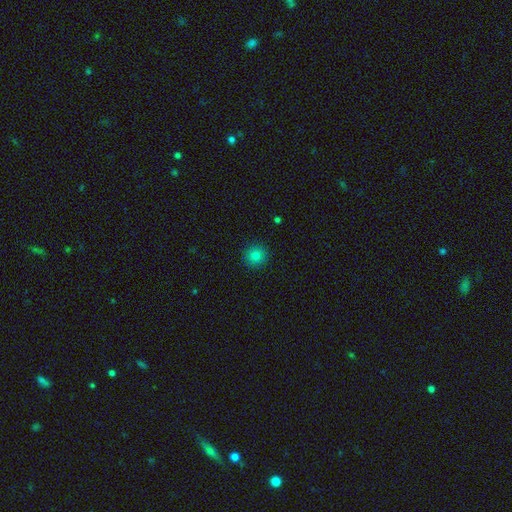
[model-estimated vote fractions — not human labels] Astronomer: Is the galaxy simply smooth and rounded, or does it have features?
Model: smooth — 80%.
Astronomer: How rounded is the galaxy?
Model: round — 95%.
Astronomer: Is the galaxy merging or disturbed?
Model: none — 92%.